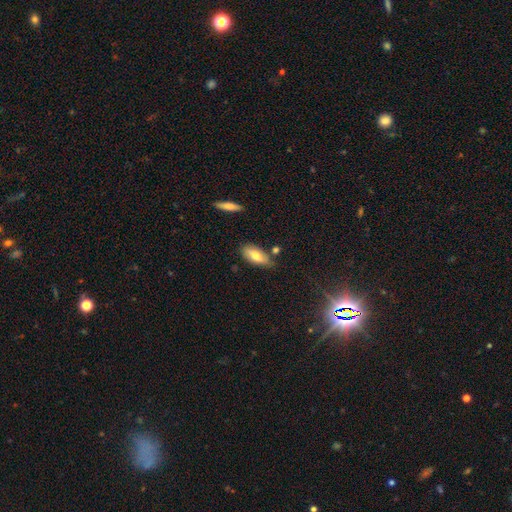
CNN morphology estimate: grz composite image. It shows a smooth galaxy with no disk features (73%) that is in between round and cigar-shaped (84%). Merging: none (71%).